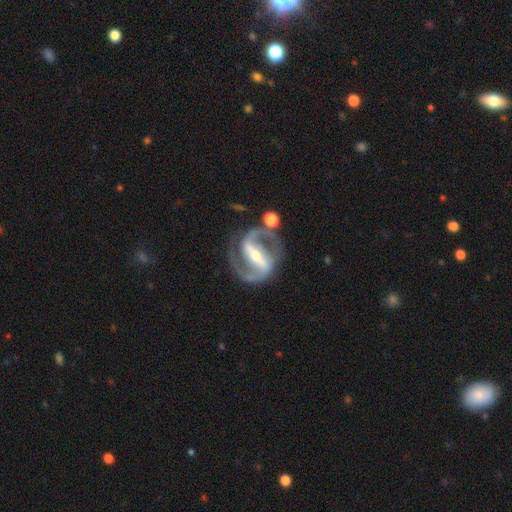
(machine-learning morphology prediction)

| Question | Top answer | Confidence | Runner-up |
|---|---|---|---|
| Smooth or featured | featured or disk | 91% | smooth (5%) |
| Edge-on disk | no | 96% | yes (4%) |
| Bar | strong | 81% | weak (14%) |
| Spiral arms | yes | 95% | no (5%) |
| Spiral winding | medium | 56% | tight (27%) |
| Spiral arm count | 2 | 92% | can't tell (2%) |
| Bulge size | moderate | 46% | tied: small (46%) |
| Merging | none | 75% | minor disturbance (13%) |